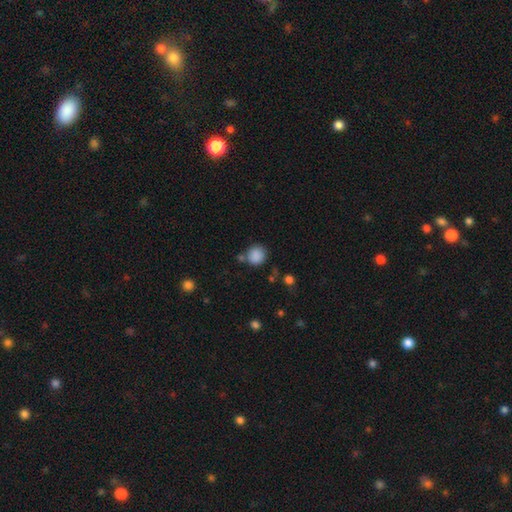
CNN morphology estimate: smooth 86%, star or artifact 10%, featured or disk 4%. Down the decision tree: how rounded — round (88%); merging — none (73%).